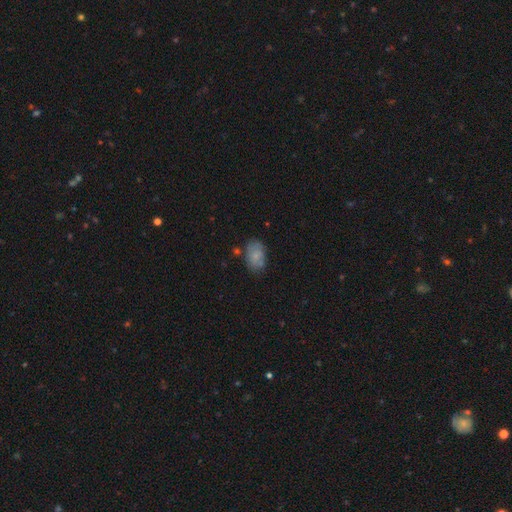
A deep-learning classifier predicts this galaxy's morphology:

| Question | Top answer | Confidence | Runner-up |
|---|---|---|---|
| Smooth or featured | smooth | 71% | featured or disk (21%) |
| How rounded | in between | 89% | round (10%) |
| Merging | none | 67% | minor disturbance (21%) |